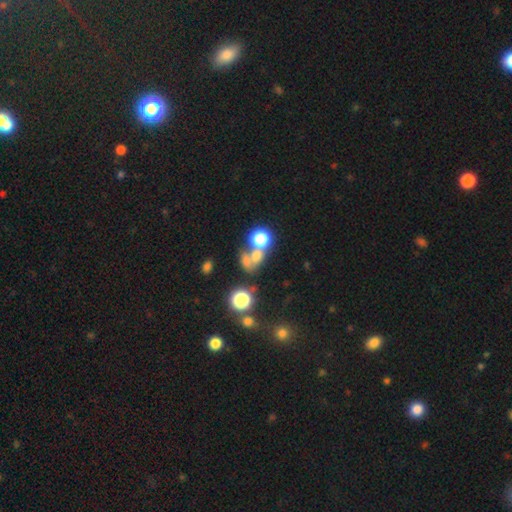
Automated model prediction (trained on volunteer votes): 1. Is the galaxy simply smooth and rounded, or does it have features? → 59% smooth, 25% star or artifact, 16% featured or disk.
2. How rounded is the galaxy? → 62% round, 36% in between, 2% cigar-shaped.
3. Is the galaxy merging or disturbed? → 49% merger, 33% none, 9% minor disturbance, 9% major disturbance.